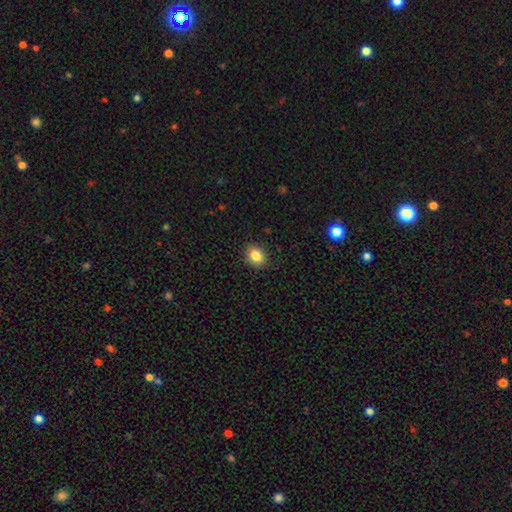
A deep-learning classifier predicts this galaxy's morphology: A smooth galaxy with no disk features (85%) that is round (57%). Merging: none (90%).